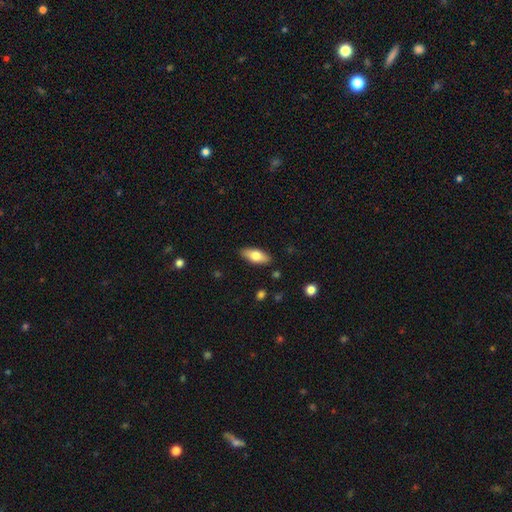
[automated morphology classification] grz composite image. It shows a smooth galaxy with no disk features (74%) that is in between round and cigar-shaped (81%). Merging: none (88%).